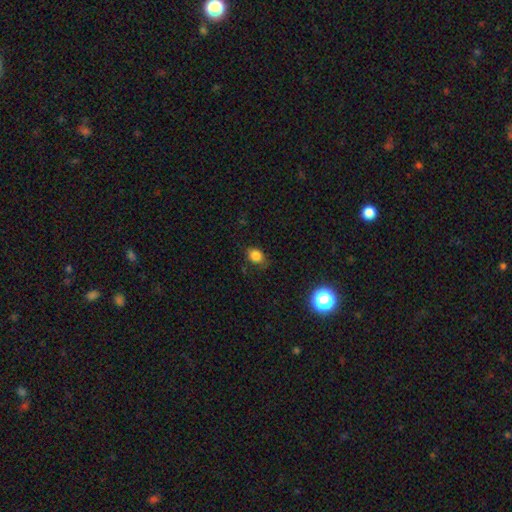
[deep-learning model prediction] The model was most divided on "how rounded": in between: 59%, round: 40%, cigar-shaped: 1%. More confident: smooth or featured — smooth (82%); merging — none (72%).